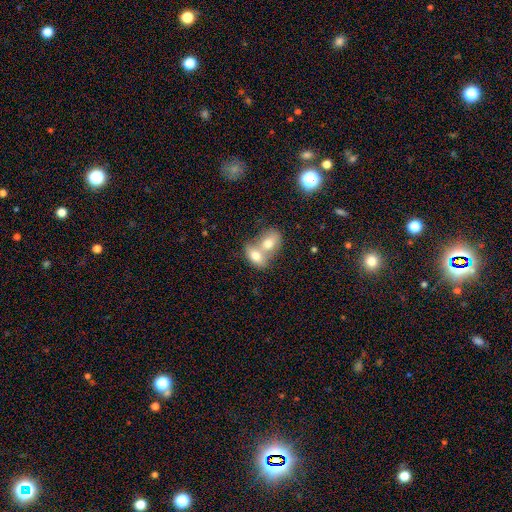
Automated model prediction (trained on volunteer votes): The model was most divided on "smooth or featured": smooth: 72%, featured or disk: 21%, star or artifact: 7%. More confident: how rounded — in between (79%); merging — merger (76%).